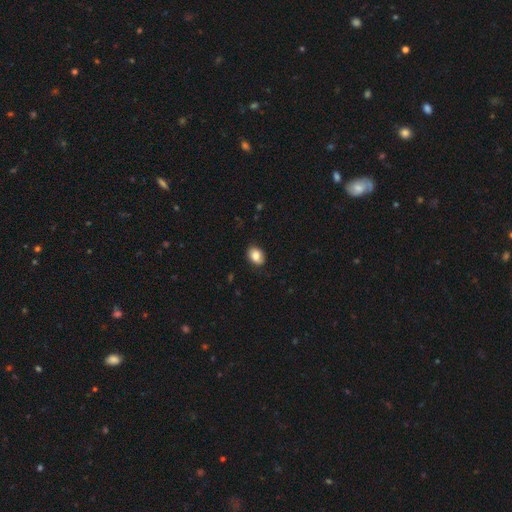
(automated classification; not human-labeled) Smooth or featured? Predicted: smooth (p=0.84). How rounded? Predicted: in between (p=0.73). Merging? Predicted: none (p=0.83).